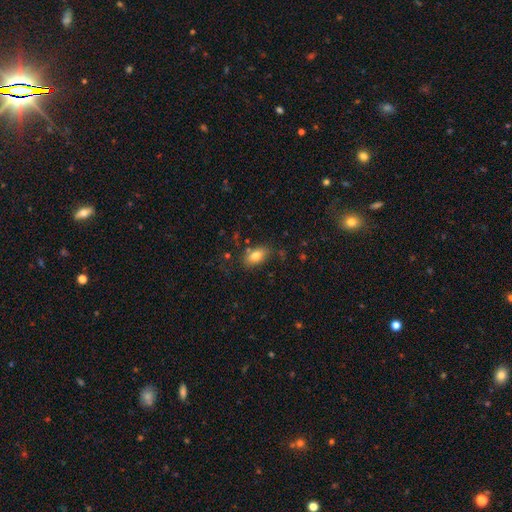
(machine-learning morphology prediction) A smooth galaxy with no disk features (80%) that is in between round and cigar-shaped (88%).

Vote fractions:
- Smooth or featured? smooth: 80% / featured or disk: 11% / star or artifact: 9%
- How rounded? in between: 88% / round: 8% / cigar-shaped: 4%
- Merging? none: 73% / minor disturbance: 17% / merger: 5% / major disturbance: 5%